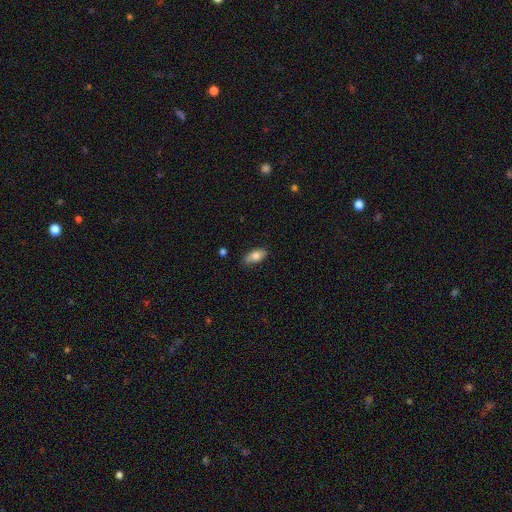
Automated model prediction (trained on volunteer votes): Smooth or featured? smooth (75%)
How rounded? in between (89%)
Merging? none (75%)